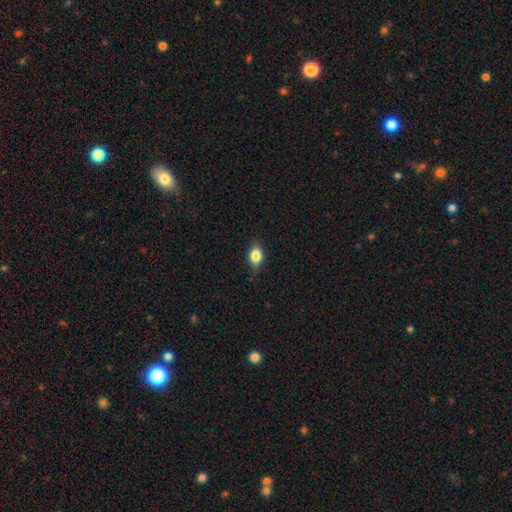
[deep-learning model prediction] Smooth or featured: smooth — 82% (featured or disk — 9%)
How rounded: in between — 71% (round — 26%)
Merging: none — 76% (minor disturbance — 19%)